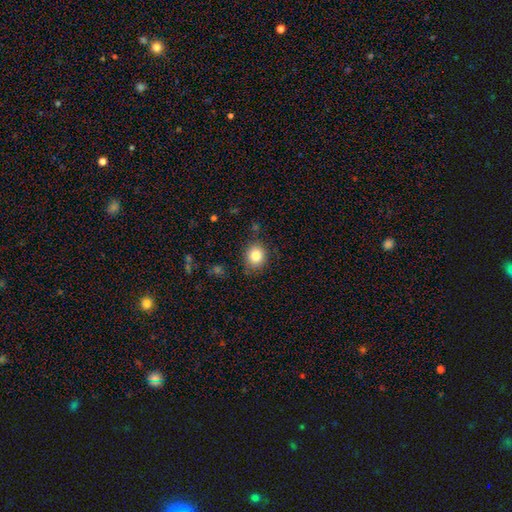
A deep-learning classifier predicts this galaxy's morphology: A smooth galaxy with no disk features (83%) that is round (71%).

Vote fractions:
- Smooth or featured? smooth: 83% / star or artifact: 10% / featured or disk: 7%
- How rounded? round: 71% / in between: 28% / cigar-shaped: 1%
- Merging? none: 81% / minor disturbance: 14% / major disturbance: 3% / merger: 2%